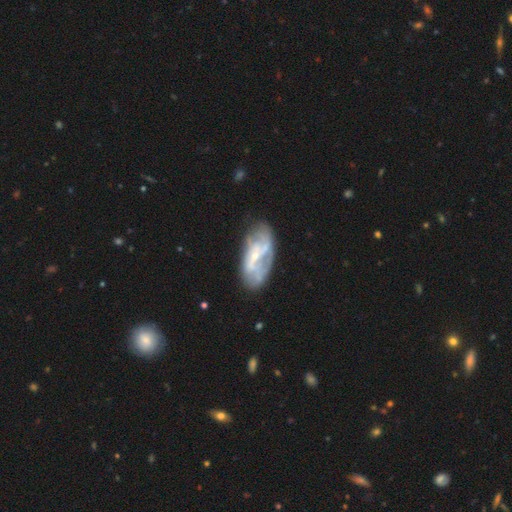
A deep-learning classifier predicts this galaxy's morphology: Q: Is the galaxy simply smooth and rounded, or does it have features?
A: featured or disk — 70%.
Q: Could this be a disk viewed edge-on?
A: no — 92%.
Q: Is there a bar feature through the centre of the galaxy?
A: no — 48%.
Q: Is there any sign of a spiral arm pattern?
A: yes — 58%.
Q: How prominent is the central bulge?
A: small — 69%.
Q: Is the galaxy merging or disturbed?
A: none — 55%.